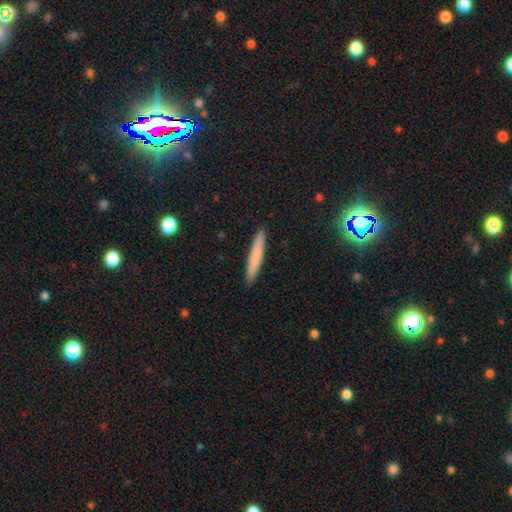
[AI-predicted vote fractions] Morphology: type=smooth (73%); roundness=cigar-shaped (95%); merging=none (91%).